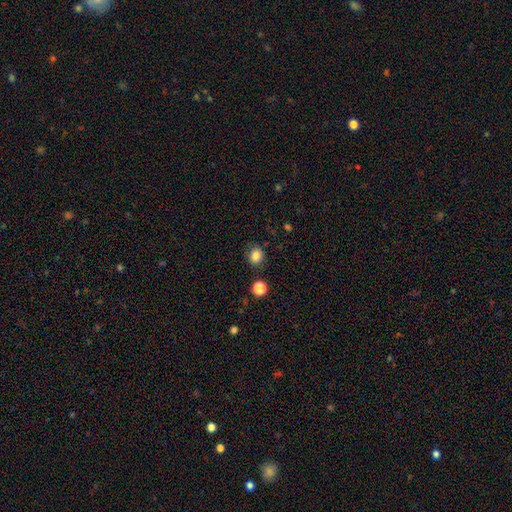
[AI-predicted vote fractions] Overall: smooth (84%). How rounded: round (70%). Merging: none (81%).